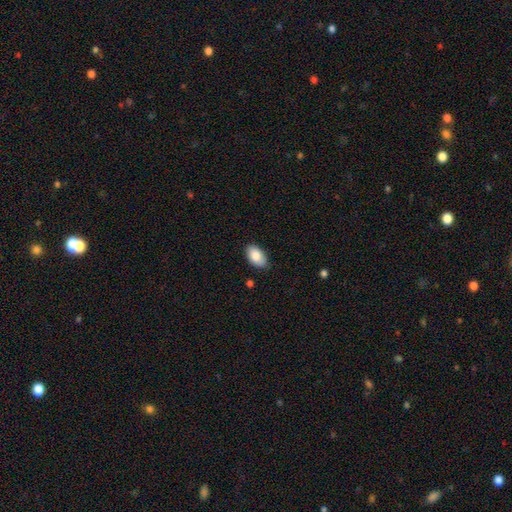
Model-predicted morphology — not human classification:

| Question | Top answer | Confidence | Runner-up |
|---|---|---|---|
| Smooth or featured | smooth | 86% | featured or disk (8%) |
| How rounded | in between | 94% | round (5%) |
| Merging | none | 83% | minor disturbance (14%) |